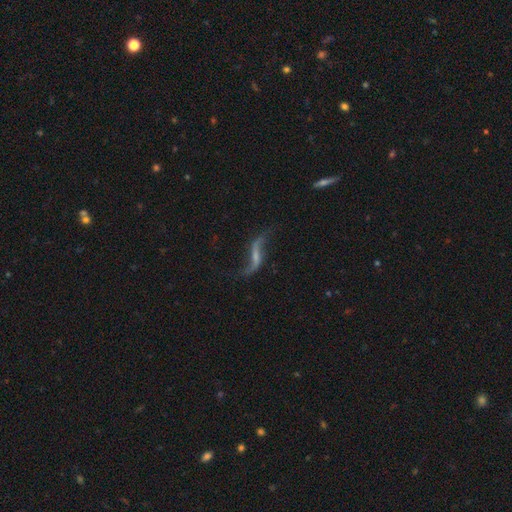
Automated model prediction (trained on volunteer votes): Smooth or featured? featured or disk (85%)
Edge-on disk? no (87%)
Bar? weak (39%)
Spiral arms? yes (93%)
Spiral winding? loose (95%)
Spiral arm count? 2 (92%)
Bulge size? small (45%)
Merging? none (70%)